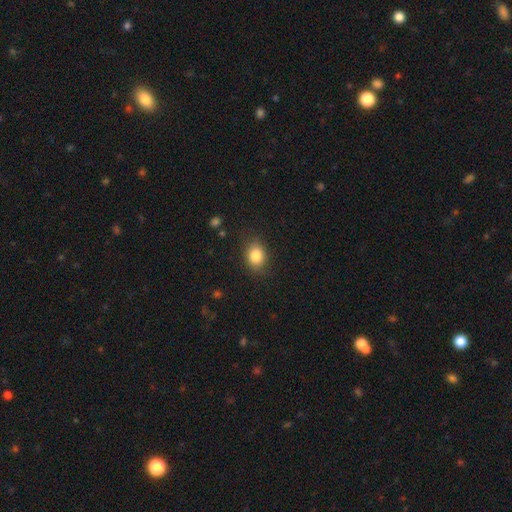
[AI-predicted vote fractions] A smooth galaxy with no disk features (85%) that is in between round and cigar-shaped (58%).

Vote fractions:
- Smooth or featured? smooth: 85% / star or artifact: 9% / featured or disk: 6%
- How rounded? in between: 58% / round: 41% / cigar-shaped: 1%
- Merging? none: 81% / minor disturbance: 14% / major disturbance: 4% / merger: 1%